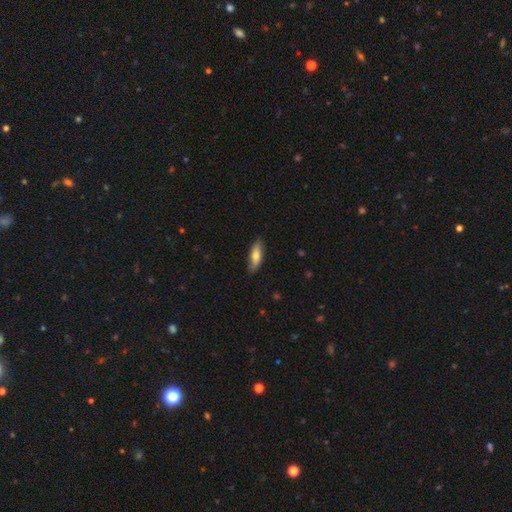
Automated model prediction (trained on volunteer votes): smooth_or_featured: smooth (p=0.73) [alt: featured or disk p=0.21]
how_rounded: in between (p=0.58) [alt: cigar-shaped p=0.39]
merging: none (p=0.85) [alt: minor disturbance p=0.12]